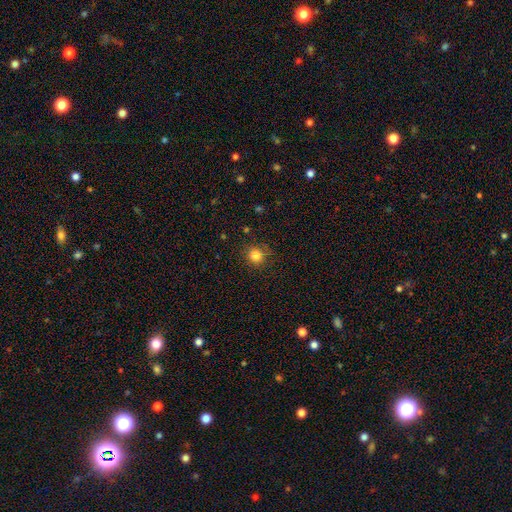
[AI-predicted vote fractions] Smooth or featured? Predicted: smooth (p=0.83). How rounded? Predicted: round (p=0.92). Merging? Predicted: none (p=0.84).